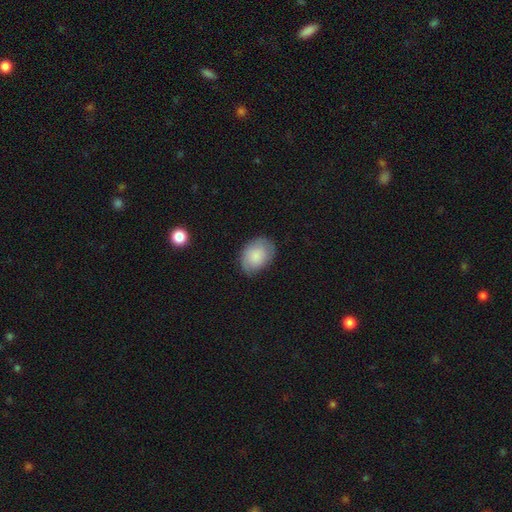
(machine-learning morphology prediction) A smooth galaxy with no disk features (77%) that is in between round and cigar-shaped (72%). Merging: none (72%).